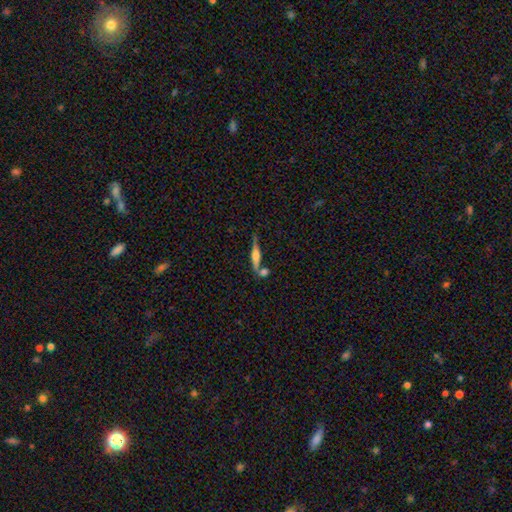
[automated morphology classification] A featured or disk galaxy (66%) viewed edge-on (97%) with a rounded central bulge (85%).

Vote fractions:
- Smooth or featured? featured or disk: 66% / smooth: 27% / star or artifact: 7%
- Edge-on disk? yes: 97% / no: 3%
- Edge-on bulge? rounded: 85% / boxy: 10% / none: 4%
- Merging? none: 68% / merger: 18% / minor disturbance: 11% / major disturbance: 4%